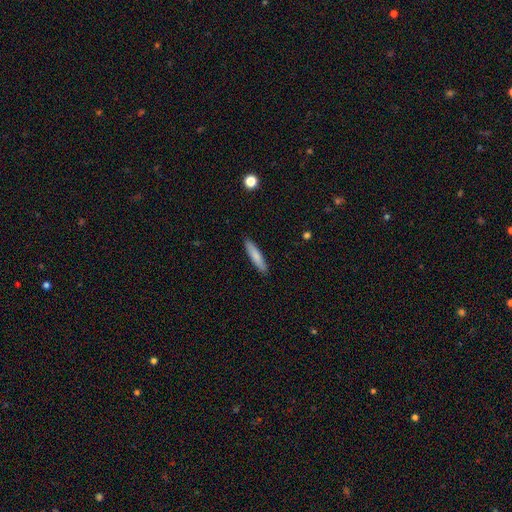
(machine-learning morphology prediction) smooth_or_featured: smooth (p=0.80) [alt: featured or disk p=0.14]
how_rounded: cigar-shaped (p=0.86) [alt: in between p=0.13]
merging: none (p=0.91) [alt: minor disturbance p=0.07]